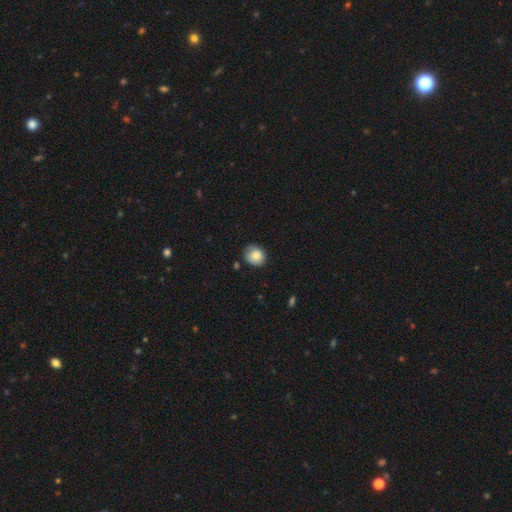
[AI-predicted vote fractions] Morphology: type=smooth (82%); roundness=round (69%); merging=none (71%).